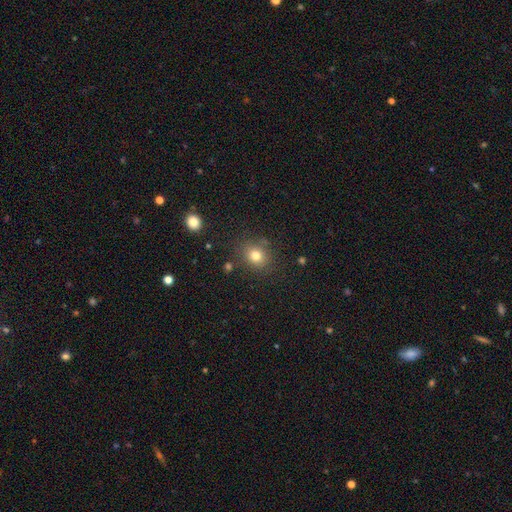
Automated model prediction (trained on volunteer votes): This appears to be a smooth galaxy with no disk features (78%) that is round (70%). Merging: none (81%).